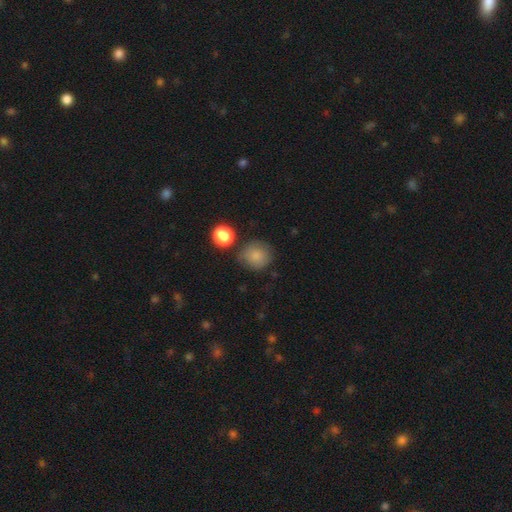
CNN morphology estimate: This is clearly a smooth galaxy (83%). How rounded: clearly round (88%). Merging: likely none (73%).